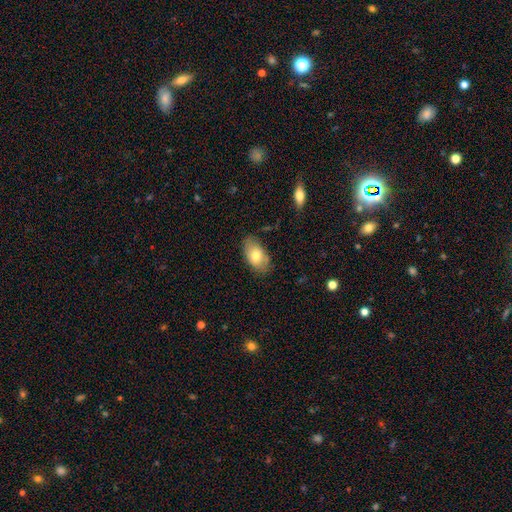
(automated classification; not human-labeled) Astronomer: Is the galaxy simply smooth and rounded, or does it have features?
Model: smooth — 76%.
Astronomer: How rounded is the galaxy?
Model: in between — 93%.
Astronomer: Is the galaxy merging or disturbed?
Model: none — 78%.